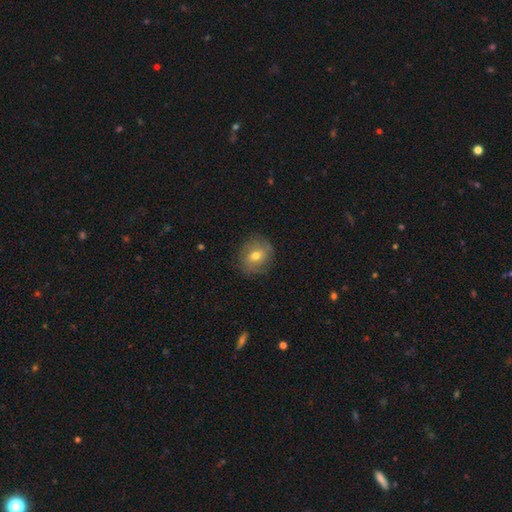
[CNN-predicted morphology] Overall: smooth (54%; featured or disk 36%). How rounded: round (78%). Merging: none (79%).